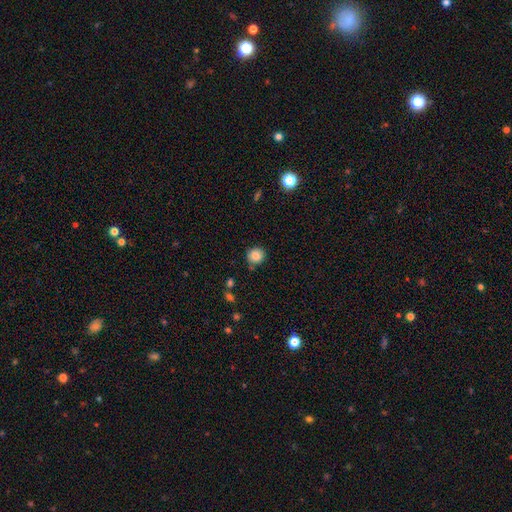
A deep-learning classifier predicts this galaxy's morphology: This appears to be a smooth galaxy with no disk features (84%) that is round (90%). Merging: none (80%).